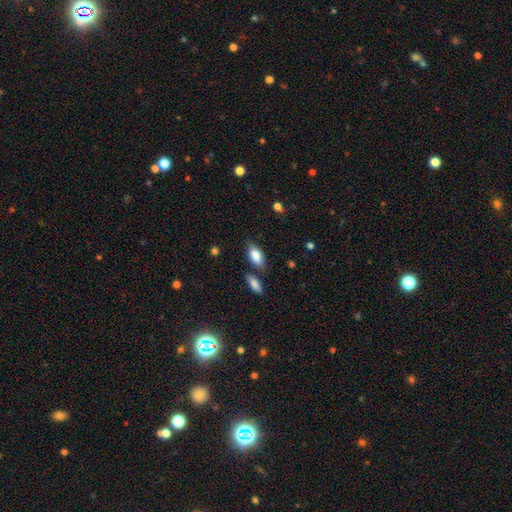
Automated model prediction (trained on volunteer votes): Overall: smooth (83%). How rounded: in between (89%). Merging: none (70%).